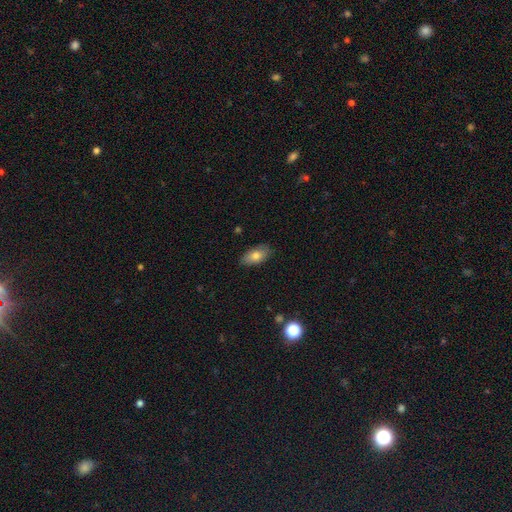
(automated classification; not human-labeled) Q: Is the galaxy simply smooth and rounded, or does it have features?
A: smooth — 78%.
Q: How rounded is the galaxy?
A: in between — 92%.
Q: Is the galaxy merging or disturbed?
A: none — 84%.